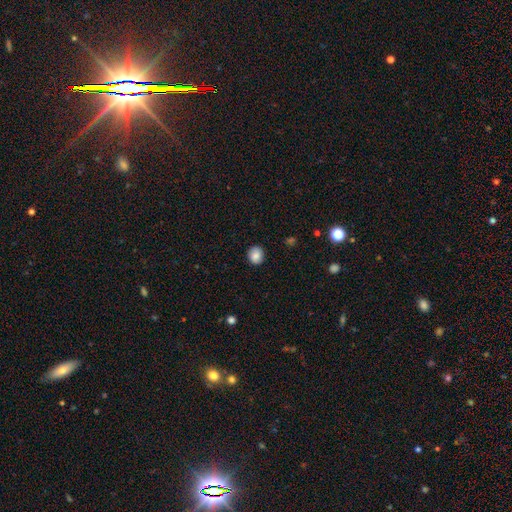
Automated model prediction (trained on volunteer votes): smooth 84%, star or artifact 9%, featured or disk 7%. Down the decision tree: how rounded — round (80%); merging — none (87%).